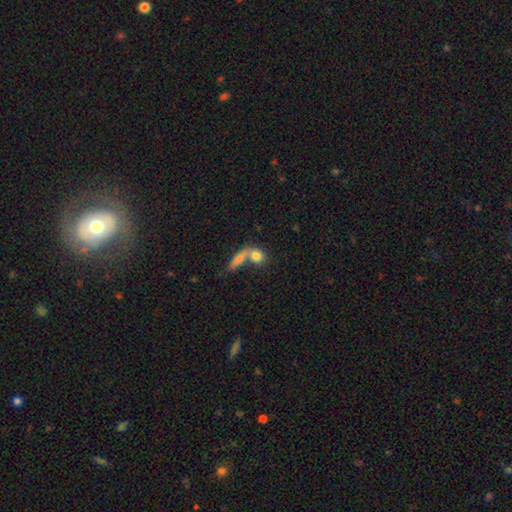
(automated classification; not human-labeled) A smooth galaxy with no disk features (78%) that is round (52%).

Vote fractions:
- Smooth or featured? smooth: 78% / featured or disk: 13% / star or artifact: 8%
- How rounded? round: 52% / in between: 36% / cigar-shaped: 12%
- Merging? merger: 49% / none: 36% / minor disturbance: 9% / major disturbance: 7%